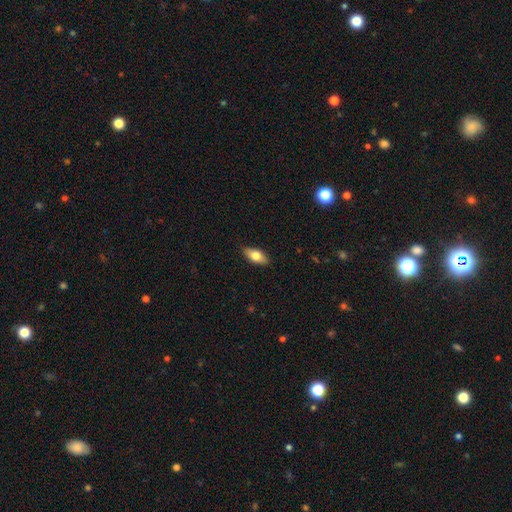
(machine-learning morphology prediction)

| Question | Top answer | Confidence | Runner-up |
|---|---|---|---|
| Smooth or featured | smooth | 72% | featured or disk (22%) |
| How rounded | in between | 84% | cigar-shaped (12%) |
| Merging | none | 87% | minor disturbance (11%) |